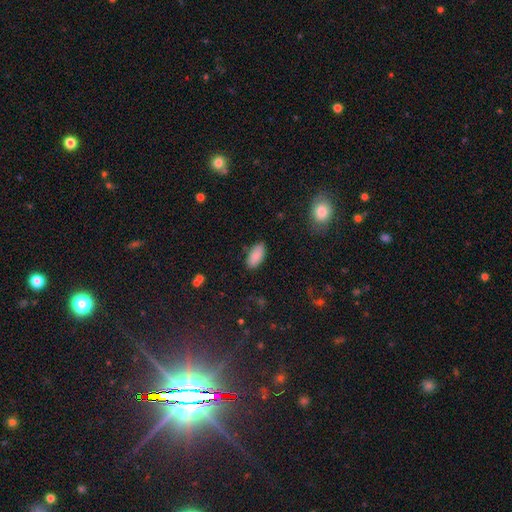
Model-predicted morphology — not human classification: The model was most divided on "merging": none: 84%, minor disturbance: 12%, major disturbance: 3%, merger: 1%. More confident: how rounded — in between (92%); smooth or featured — smooth (88%).